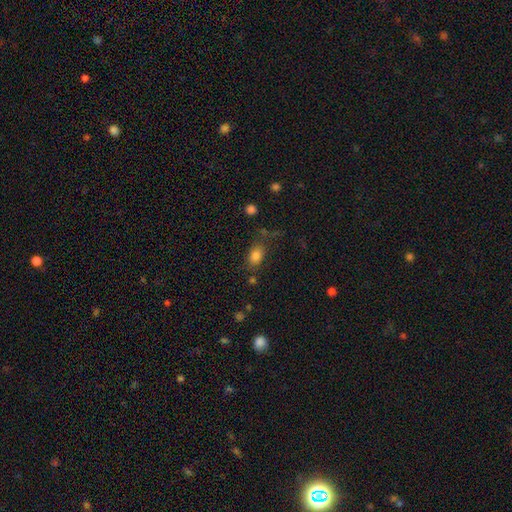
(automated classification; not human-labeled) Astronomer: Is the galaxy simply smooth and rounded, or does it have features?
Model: smooth — 82%.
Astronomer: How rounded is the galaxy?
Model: in between — 75%.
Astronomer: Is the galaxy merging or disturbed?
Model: none — 70%.